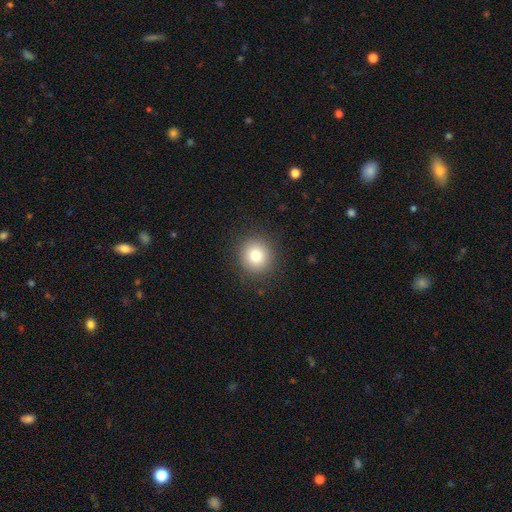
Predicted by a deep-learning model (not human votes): Q: Smooth or featured?
A: smooth (79%); runner-up: star or artifact (12%)
Q: How rounded?
A: round (90%); runner-up: in between (9%)
Q: Merging?
A: none (90%); runner-up: minor disturbance (6%)